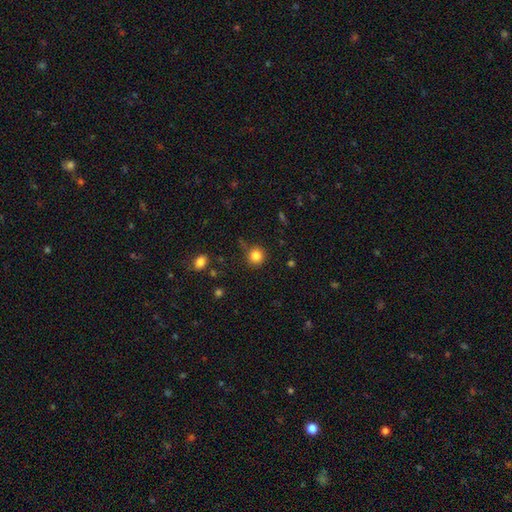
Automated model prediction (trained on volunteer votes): Smooth or featured? smooth (83%)
How rounded? round (92%)
Merging? none (79%)